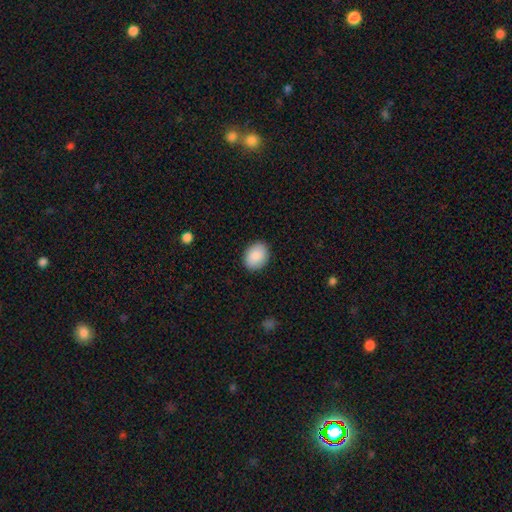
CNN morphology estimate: Overall: smooth (90%). How rounded: in between (60%; round 39%). Merging: none (89%).